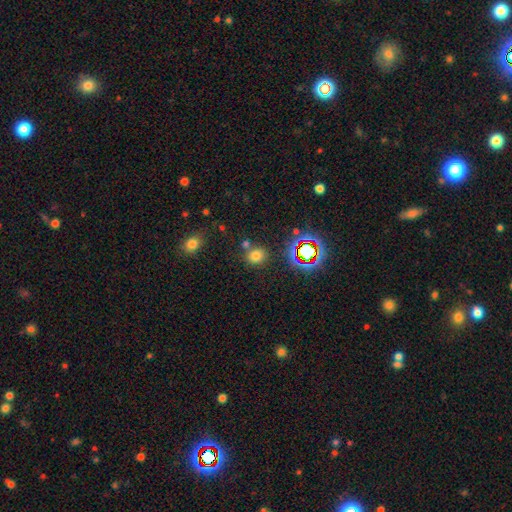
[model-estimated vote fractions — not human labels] Smooth or featured?
  - smooth: 70% *
  - star or artifact: 22%
  - featured or disk: 9%
How rounded?
  - round: 78% *
  - in between: 20%
  - cigar-shaped: 1%
Merging?
  - none: 75% *
  - merger: 12%
  - minor disturbance: 10%
  - major disturbance: 4%